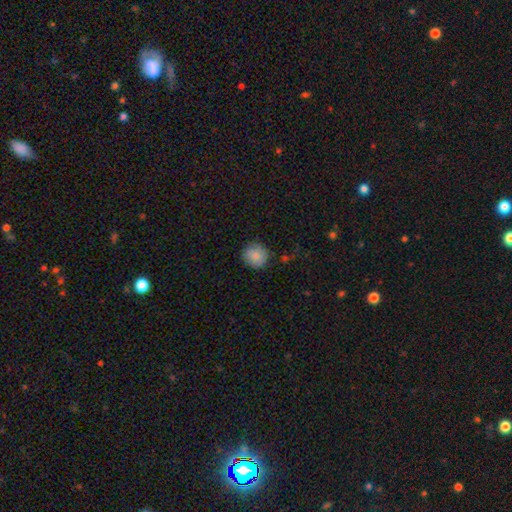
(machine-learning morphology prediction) Smooth or featured: smooth — 82% (featured or disk — 11%)
How rounded: round — 90% (in between — 9%)
Merging: none — 81% (minor disturbance — 14%)